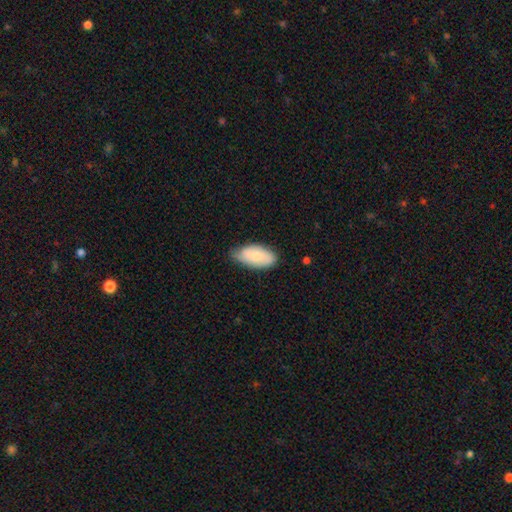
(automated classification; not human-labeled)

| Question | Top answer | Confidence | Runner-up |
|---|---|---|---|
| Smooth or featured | smooth | 77% | featured or disk (16%) |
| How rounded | in between | 95% | cigar-shaped (3%) |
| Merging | none | 60% | minor disturbance (34%) |